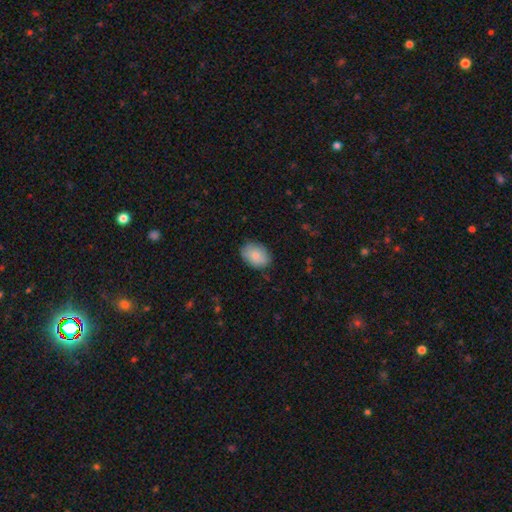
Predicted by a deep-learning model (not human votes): Morphology: type=smooth (85%); roundness=in between (82%); merging=none (83%).